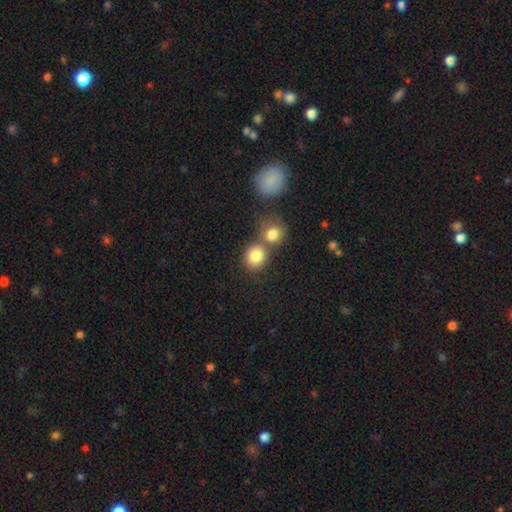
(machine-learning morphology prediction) Smooth or featured? Predicted: smooth (p=0.84). How rounded? Predicted: round (p=0.78). Merging? Predicted: none (p=0.54).